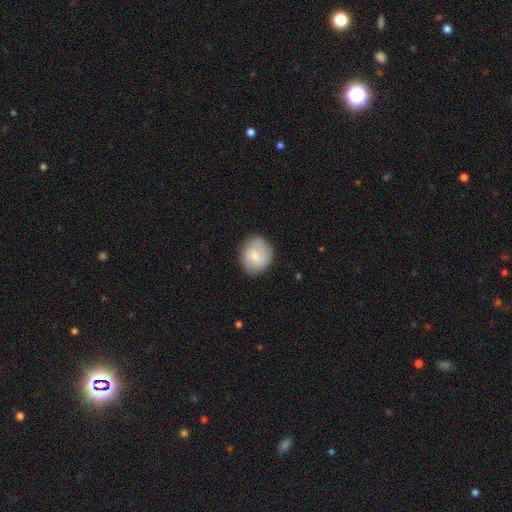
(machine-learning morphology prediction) type=smooth (55%); roundness=round (71%); merging=none (80%).